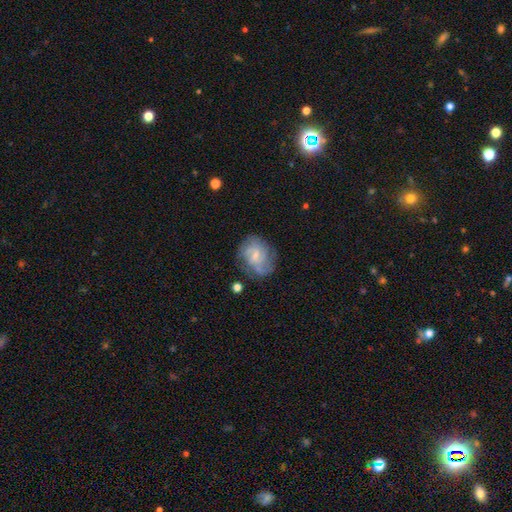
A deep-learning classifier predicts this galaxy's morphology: A featured or disk galaxy (65%) with a weak bar (48%), tight (43%) spiral arms (82%) and a small central bulge (56%). Merging: none (62%).